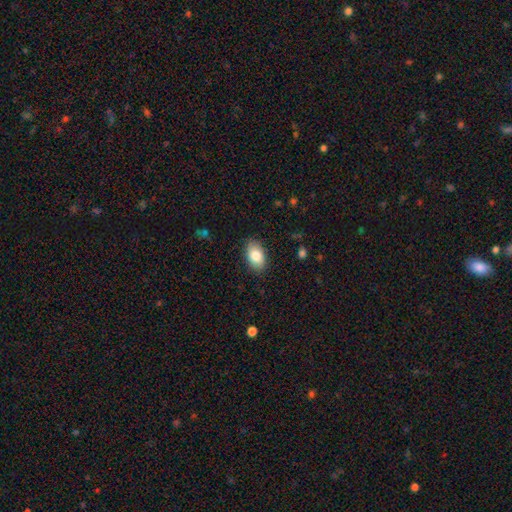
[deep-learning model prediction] Smooth or featured?
  - smooth: 84% *
  - featured or disk: 9%
  - star or artifact: 7%
How rounded?
  - in between: 92% *
  - round: 7%
  - cigar-shaped: 1%
Merging?
  - none: 87% *
  - minor disturbance: 9%
  - major disturbance: 2%
  - merger: 1%